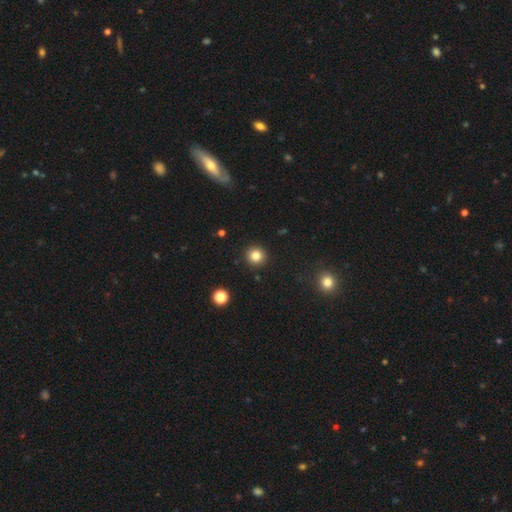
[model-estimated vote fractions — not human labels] Smooth or featured: smooth — 83% (star or artifact — 12%)
How rounded: round — 94% (in between — 5%)
Merging: none — 92% (minor disturbance — 5%)